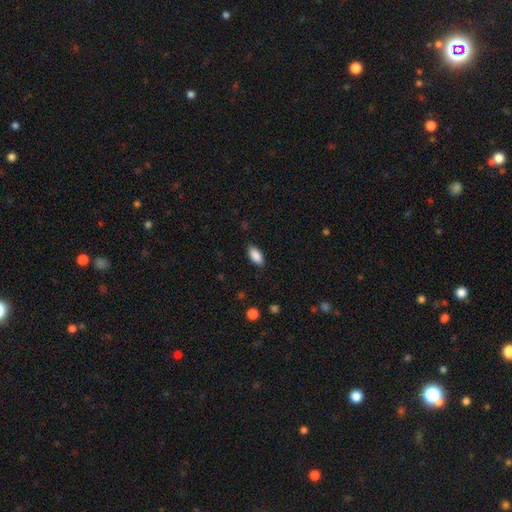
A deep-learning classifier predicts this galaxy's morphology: A smooth galaxy with no disk features (88%) that is in between round and cigar-shaped (89%).

Vote fractions:
- Smooth or featured? smooth: 88% / star or artifact: 7% / featured or disk: 5%
- How rounded? in between: 89% / cigar-shaped: 9% / round: 2%
- Merging? none: 84% / minor disturbance: 13% / major disturbance: 3% / merger: 1%